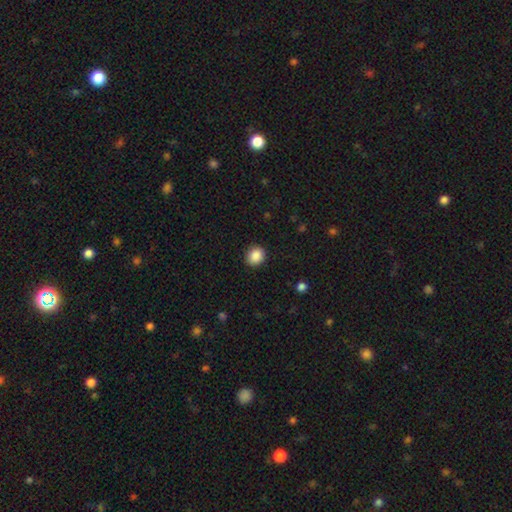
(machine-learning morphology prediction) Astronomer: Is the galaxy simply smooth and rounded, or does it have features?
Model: smooth — 88%.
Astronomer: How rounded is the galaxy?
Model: round — 75%.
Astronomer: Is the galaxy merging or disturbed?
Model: none — 89%.